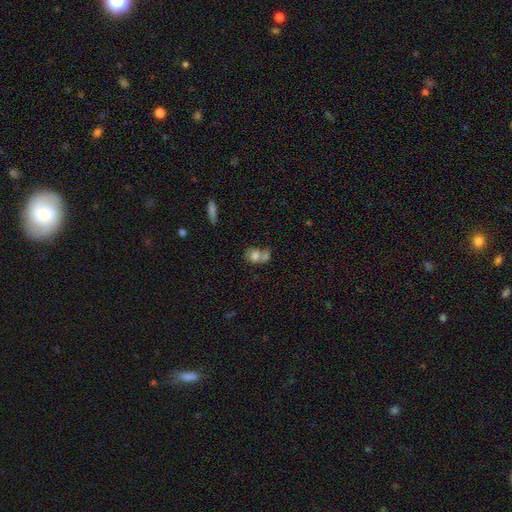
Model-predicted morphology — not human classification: Smooth or featured?
  - smooth: 74% *
  - featured or disk: 17%
  - star or artifact: 9%
How rounded?
  - round: 61% *
  - in between: 37%
  - cigar-shaped: 2%
Merging?
  - merger: 52% *
  - none: 31%
  - minor disturbance: 11%
  - major disturbance: 6%